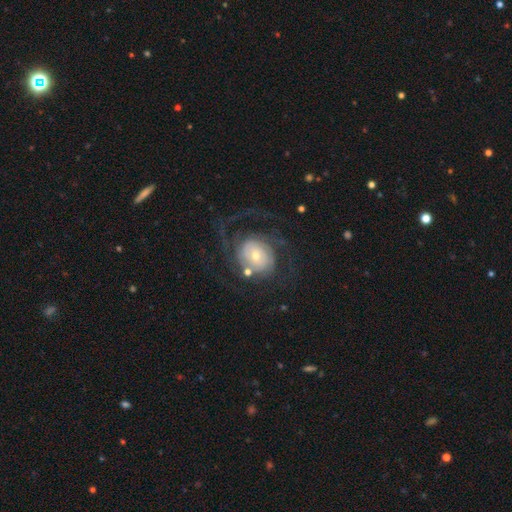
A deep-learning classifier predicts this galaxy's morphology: Smooth or featured: featured or disk — 82% (smooth — 12%)
Edge-on disk: no — 97% (yes — 3%)
Bar: no — 65% (weak — 27%)
Spiral arms: yes — 92% (no — 8%)
Spiral winding: tight — 49% (medium — 31%)
Spiral arm count: 2 — 35% (can't tell — 27%)
Bulge size: small — 52% (moderate — 39%)
Merging: none — 56% (major disturbance — 25%)